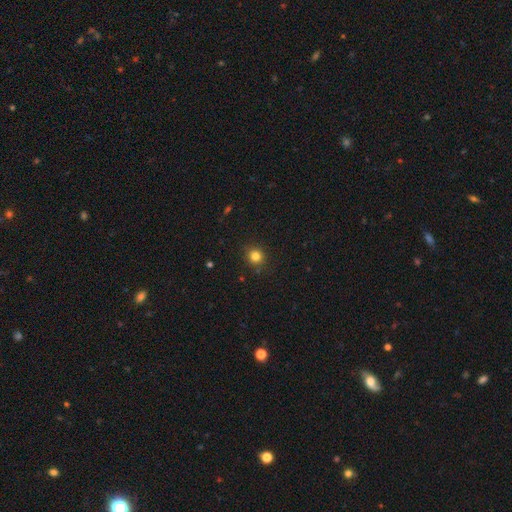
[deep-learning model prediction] This appears to be a smooth galaxy with no disk features (82%) that is round (87%). Merging: none (88%).